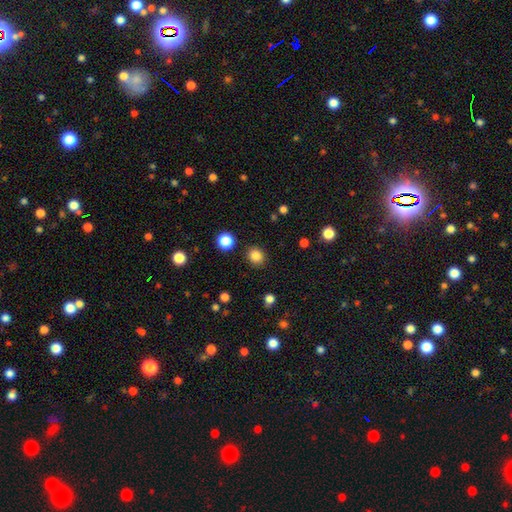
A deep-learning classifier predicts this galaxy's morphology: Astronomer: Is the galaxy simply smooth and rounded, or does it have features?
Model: smooth — 84%.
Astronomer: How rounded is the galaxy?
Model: round — 81%.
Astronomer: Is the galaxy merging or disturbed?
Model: none — 90%.